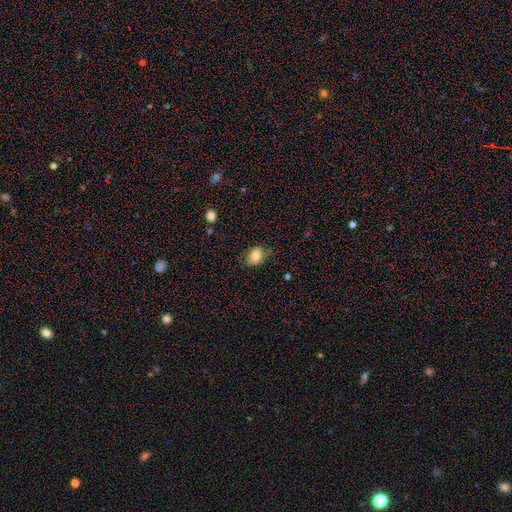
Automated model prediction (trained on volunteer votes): Morphology: type=smooth (75%); roundness=in between (76%); merging=none (65%).